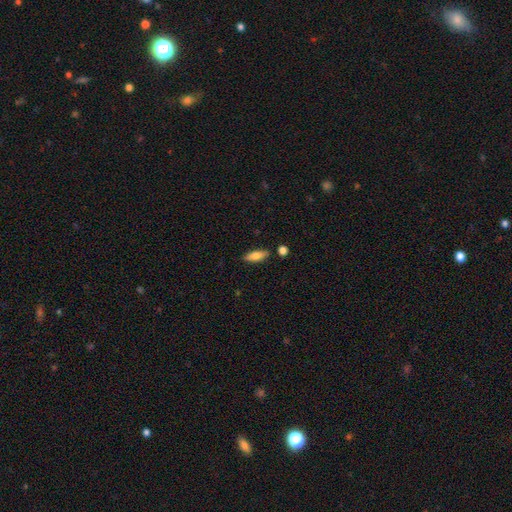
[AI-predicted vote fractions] Smooth or featured?
  - smooth: 73% *
  - featured or disk: 20%
  - star or artifact: 7%
How rounded?
  - in between: 59% *
  - cigar-shaped: 38%
  - round: 2%
Merging?
  - none: 84% *
  - minor disturbance: 10%
  - merger: 4%
  - major disturbance: 2%